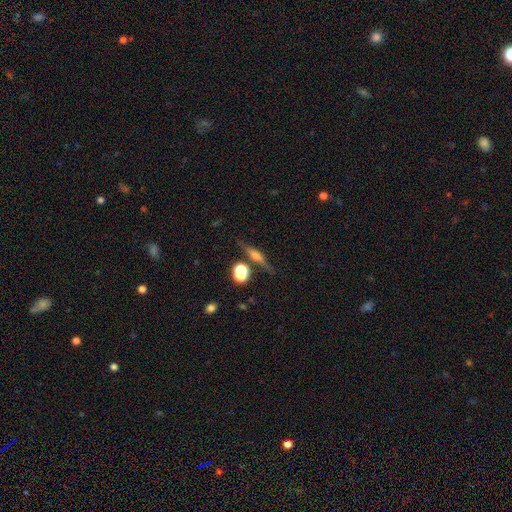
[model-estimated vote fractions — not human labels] Smooth or featured? featured or disk (60%)
Edge-on disk? yes (93%)
Edge-on bulge? rounded (80%)
Merging? none (74%)